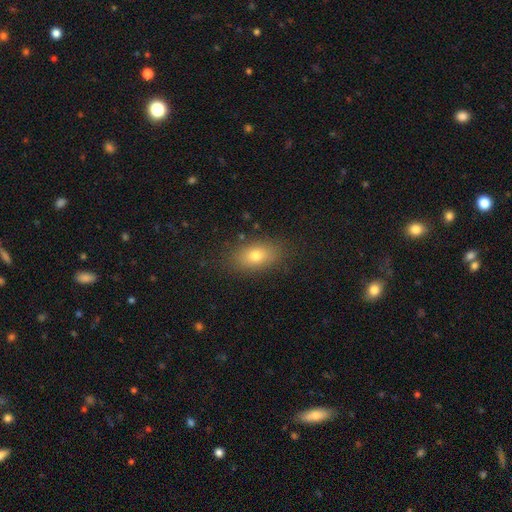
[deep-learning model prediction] smooth_or_featured: smooth (p=0.76) [alt: featured or disk p=0.13]
how_rounded: in between (p=0.84) [alt: round p=0.12]
merging: none (p=0.85) [alt: minor disturbance p=0.10]